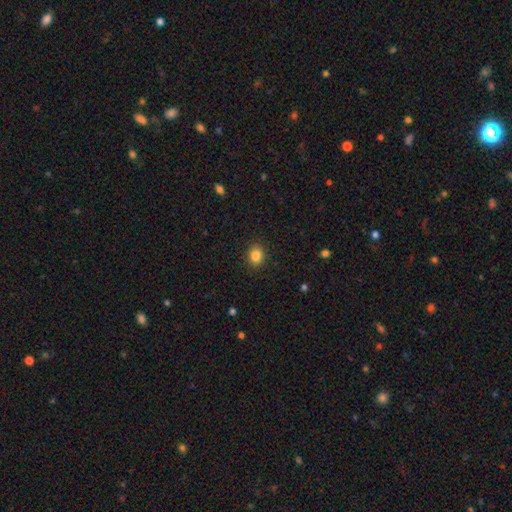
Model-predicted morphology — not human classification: Smooth or featured? smooth (84%)
How rounded? round (58%)
Merging? none (90%)